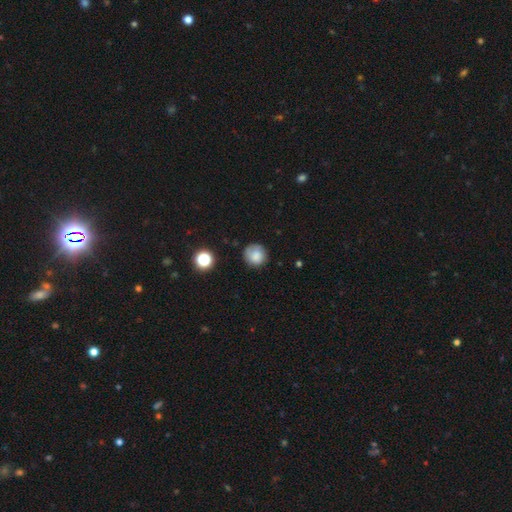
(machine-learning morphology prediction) A smooth galaxy with no disk features (79%) that is round (90%).

Vote fractions:
- Smooth or featured? smooth: 79% / featured or disk: 11% / star or artifact: 10%
- How rounded? round: 90% / in between: 10% / cigar-shaped: 1%
- Merging? none: 74% / minor disturbance: 18% / major disturbance: 6% / merger: 2%